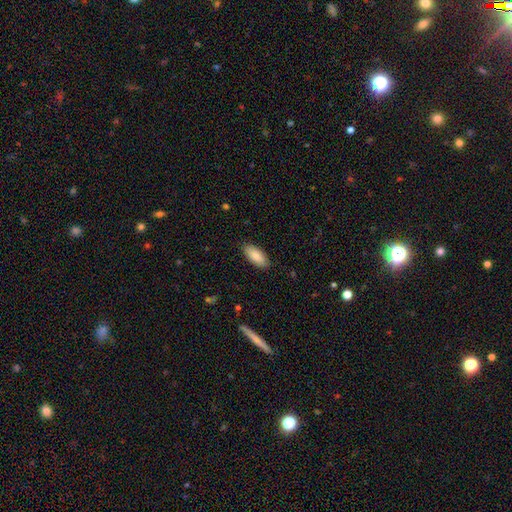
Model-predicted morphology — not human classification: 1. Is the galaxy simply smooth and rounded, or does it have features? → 87% smooth, 7% featured or disk, 6% star or artifact.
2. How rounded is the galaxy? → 85% in between, 13% cigar-shaped, 2% round.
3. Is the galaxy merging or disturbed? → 88% none, 9% minor disturbance, 2% major disturbance, 1% merger.